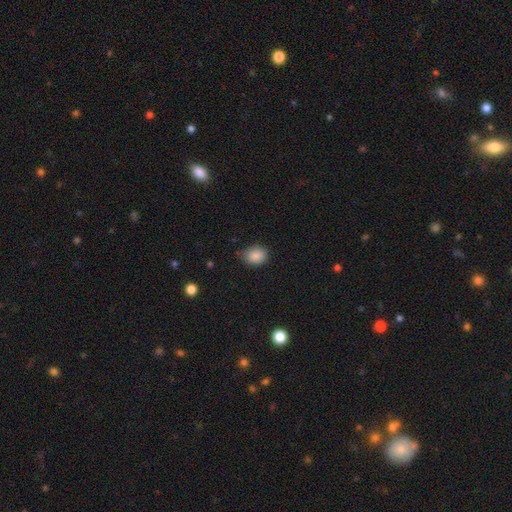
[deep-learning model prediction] Smooth or featured: smooth — 87% (star or artifact — 9%)
How rounded: round — 53% (in between — 46%)
Merging: none — 73% (minor disturbance — 22%)